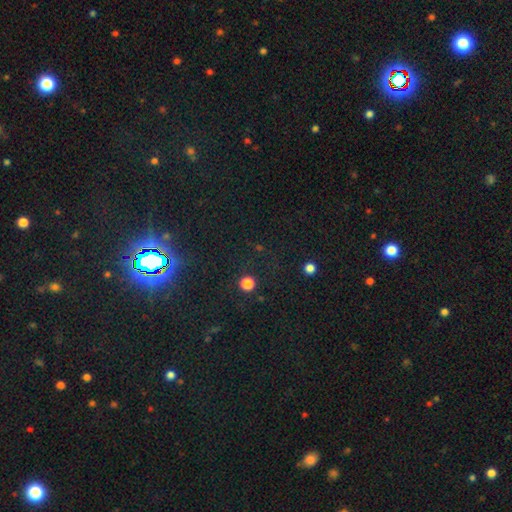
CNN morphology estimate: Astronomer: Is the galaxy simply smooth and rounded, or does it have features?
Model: star or artifact — 79%.